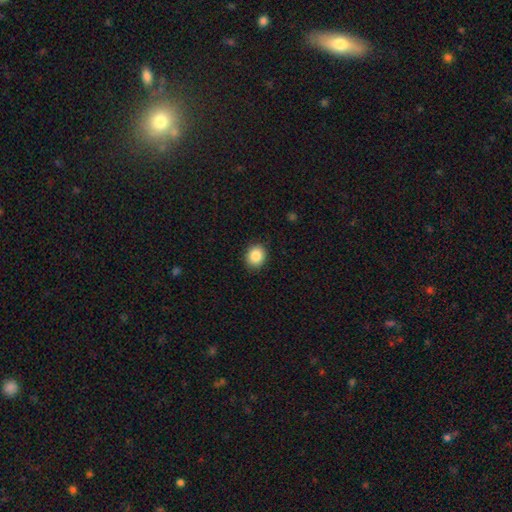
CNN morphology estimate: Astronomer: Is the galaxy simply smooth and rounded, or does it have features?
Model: smooth — 86%.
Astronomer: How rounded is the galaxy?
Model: round — 66%.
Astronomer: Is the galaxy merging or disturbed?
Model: none — 89%.